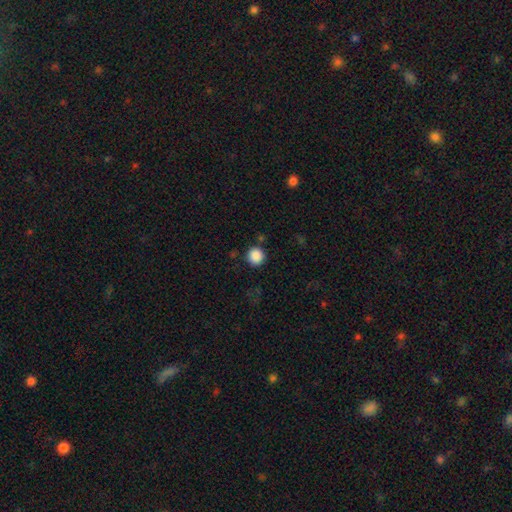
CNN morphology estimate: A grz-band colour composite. It shows a smooth galaxy with no disk features (87%) that is round (94%). Merging: none (87%).